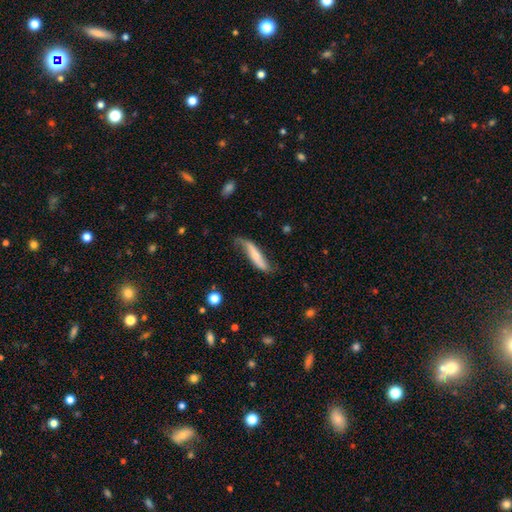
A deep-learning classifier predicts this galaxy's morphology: Smooth or featured? Predicted: featured or disk (p=0.51). Edge-on disk? Predicted: no (p=0.61). Merging? Predicted: none (p=0.46).